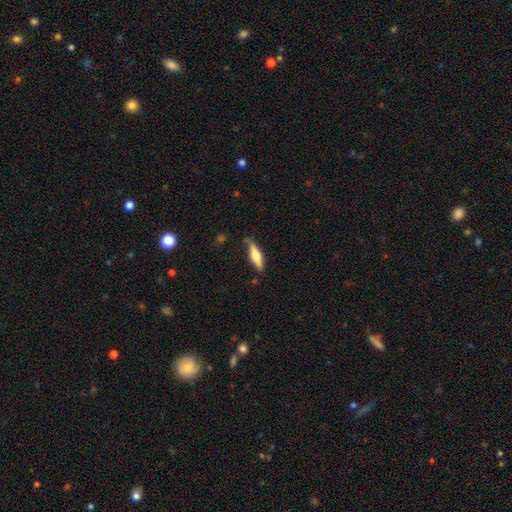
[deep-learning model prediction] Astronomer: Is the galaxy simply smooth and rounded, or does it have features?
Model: smooth — 53% (runner-up: featured or disk, 42%).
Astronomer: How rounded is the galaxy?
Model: cigar-shaped — 66%.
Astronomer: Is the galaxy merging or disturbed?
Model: none — 73%.